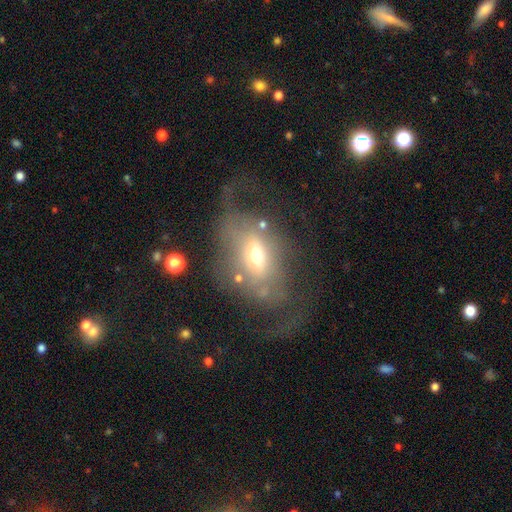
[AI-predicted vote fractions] Overall: featured or disk (54%; smooth 35%). Edge-on disk: no (87%). Merging: major disturbance (48%; none 29%).